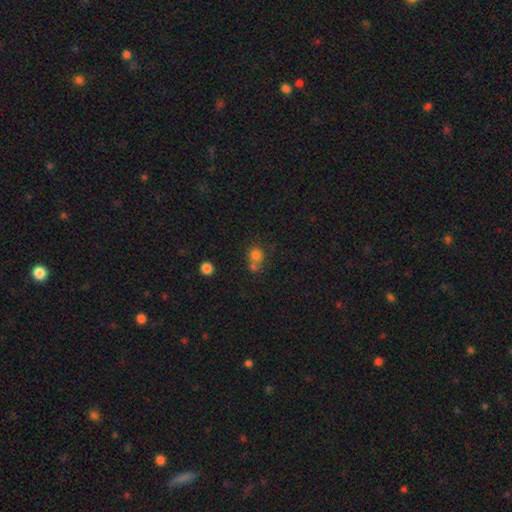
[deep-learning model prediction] Smooth or featured? Predicted: smooth (p=0.76). How rounded? Predicted: round (p=0.76). Merging? Predicted: merger (p=0.43, tied with none).